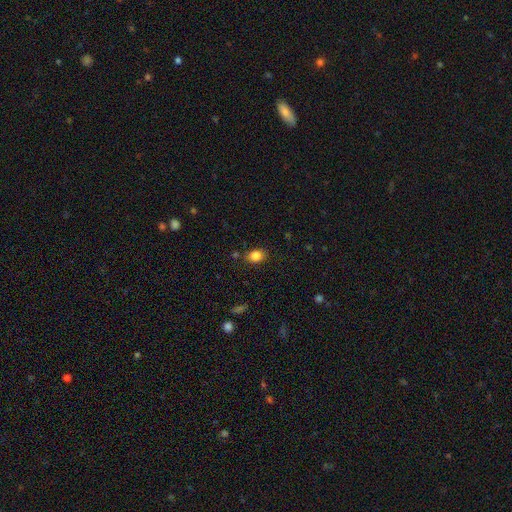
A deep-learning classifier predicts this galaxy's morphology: A smooth galaxy with no disk features (84%) that is in between round and cigar-shaped (66%).

Vote fractions:
- Smooth or featured? smooth: 84% / star or artifact: 10% / featured or disk: 6%
- How rounded? in between: 66% / round: 33% / cigar-shaped: 1%
- Merging? none: 81% / minor disturbance: 13% / merger: 3% / major disturbance: 3%